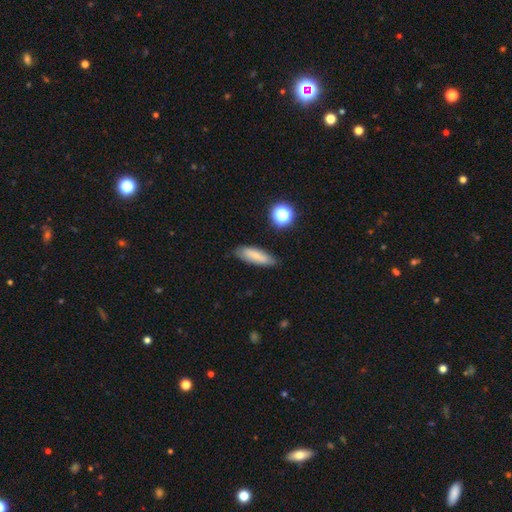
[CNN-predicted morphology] This appears to be a smooth galaxy with no disk features (74%) that is in between round and cigar-shaped (49%). Merging: none (81%).